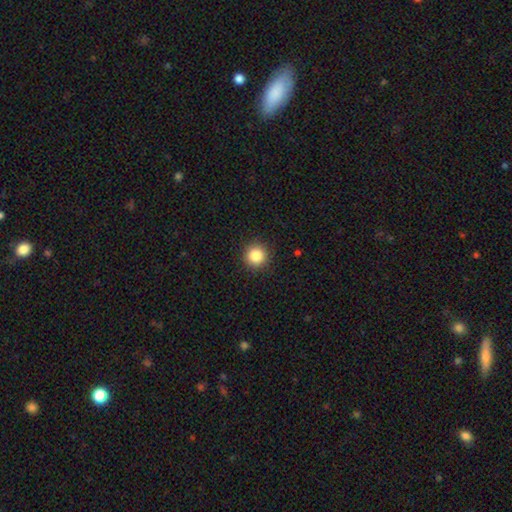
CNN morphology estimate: Smooth or featured? smooth (85%)
How rounded? round (95%)
Merging? none (92%)